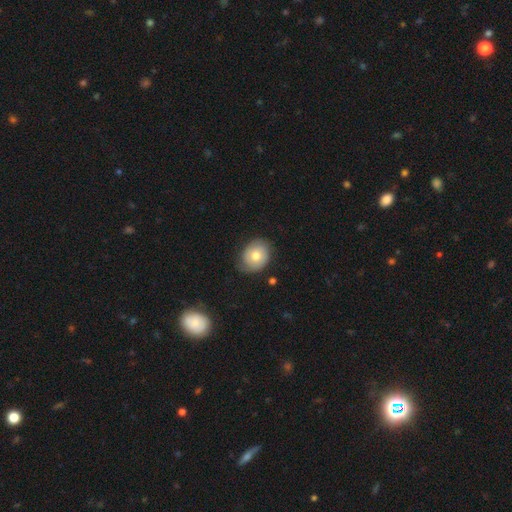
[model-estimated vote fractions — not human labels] Morphology: type=smooth (65%); roundness=round (51%); merging=none (69%).